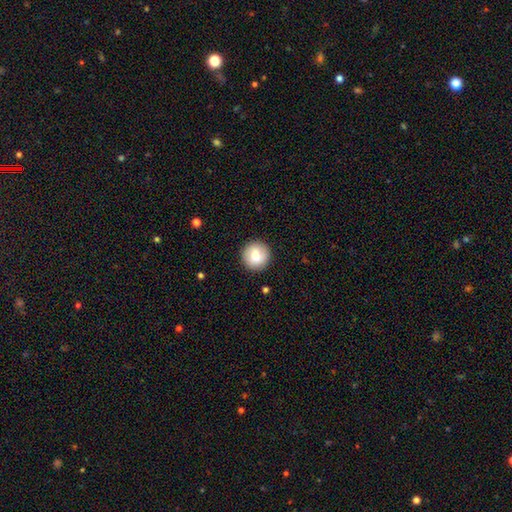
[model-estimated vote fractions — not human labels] smooth 78%, featured or disk 14%, star or artifact 7%. Down the decision tree: how rounded — round (94%); merging — none (90%).